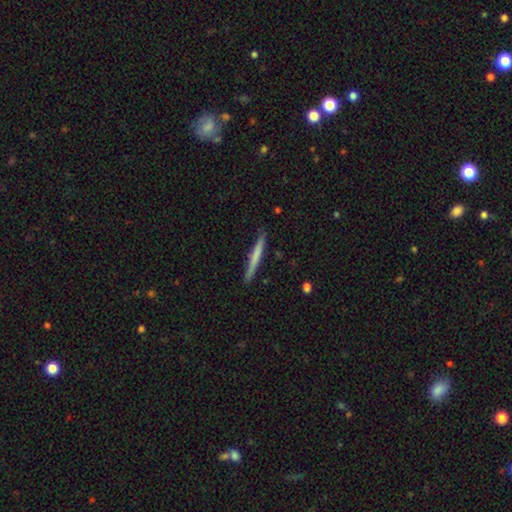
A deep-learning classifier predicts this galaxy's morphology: A smooth galaxy with no disk features (61%) that is cigar-shaped (97%). Merging: none (88%).